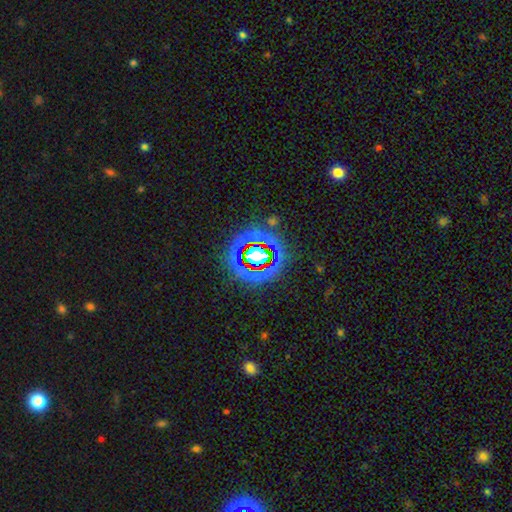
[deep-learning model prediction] Morphology: type=star or artifact (72%).